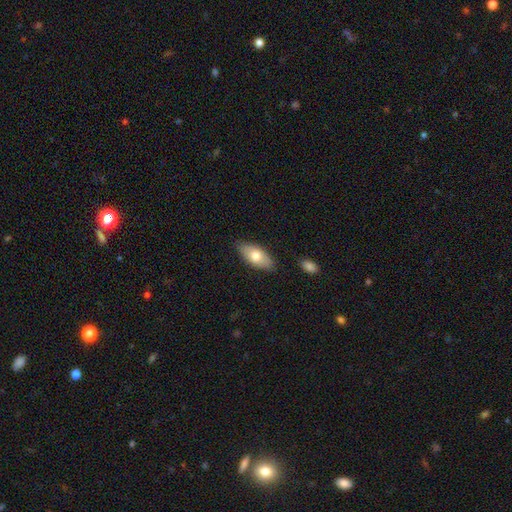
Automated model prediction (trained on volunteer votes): smooth-or-featured: smooth: 73% | featured or disk: 21% | star or artifact: 6%
  how-rounded: in between: 88% | cigar-shaped: 10% | round: 3%
  merging: none: 85% | minor disturbance: 11% | major disturbance: 2% | merger: 2%